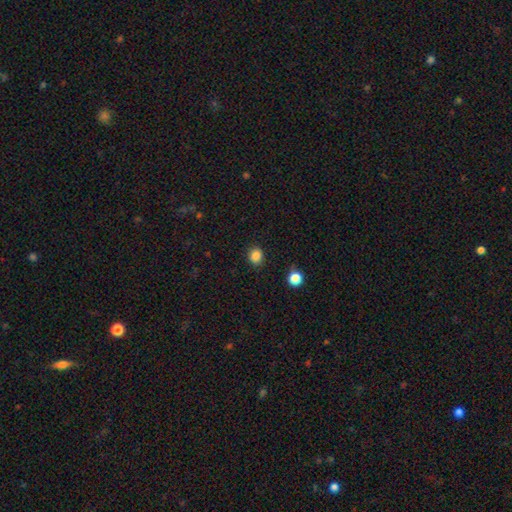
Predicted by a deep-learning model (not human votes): A smooth galaxy with no disk features (85%) that is round (73%).

Vote fractions:
- Smooth or featured? smooth: 85% / star or artifact: 12% / featured or disk: 3%
- How rounded? round: 73% / in between: 26% / cigar-shaped: 1%
- Merging? none: 89% / minor disturbance: 8% / major disturbance: 2% / merger: 2%